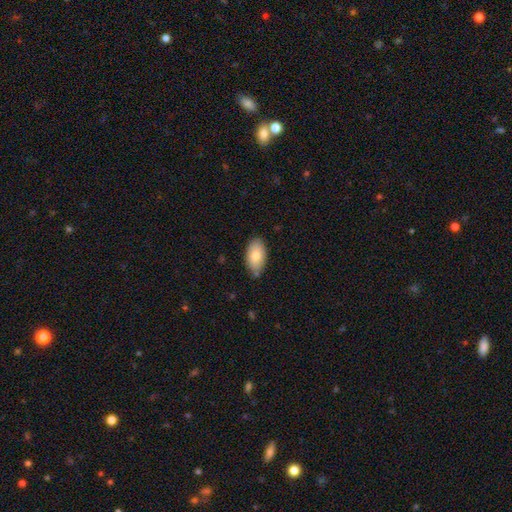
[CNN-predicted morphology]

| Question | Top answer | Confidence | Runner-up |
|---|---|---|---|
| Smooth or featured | smooth | 79% | featured or disk (14%) |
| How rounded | in between | 94% | round (4%) |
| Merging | none | 78% | minor disturbance (16%) |